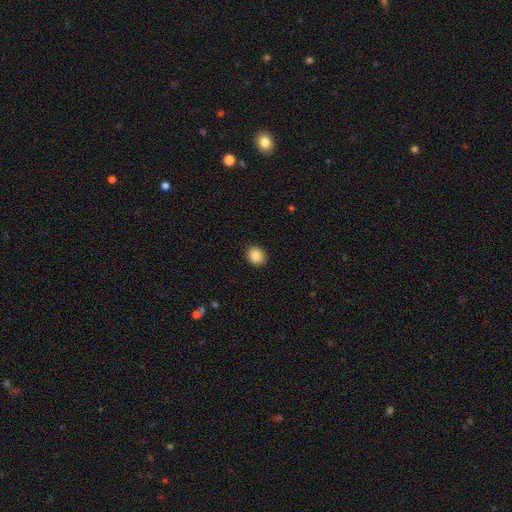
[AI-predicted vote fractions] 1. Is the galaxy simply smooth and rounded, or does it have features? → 88% smooth, 9% star or artifact, 3% featured or disk.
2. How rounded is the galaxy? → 63% round, 36% in between, 1% cigar-shaped.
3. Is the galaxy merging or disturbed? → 90% none, 7% minor disturbance, 2% major disturbance, 1% merger.